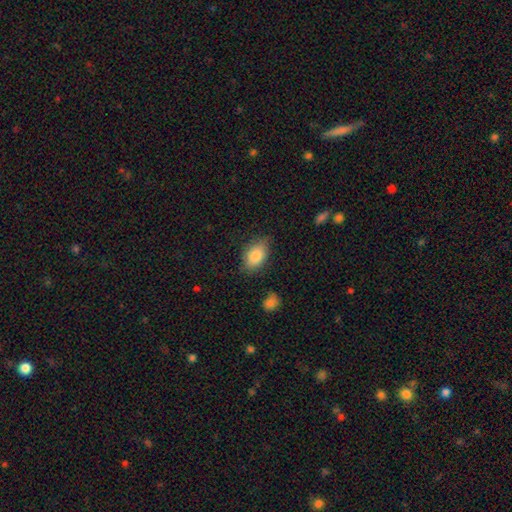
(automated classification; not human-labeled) smooth-or-featured: smooth: 84% | featured or disk: 9% | star or artifact: 7%
  how-rounded: in between: 87% | round: 10% | cigar-shaped: 2%
  merging: none: 73% | minor disturbance: 20% | major disturbance: 5% | merger: 2%